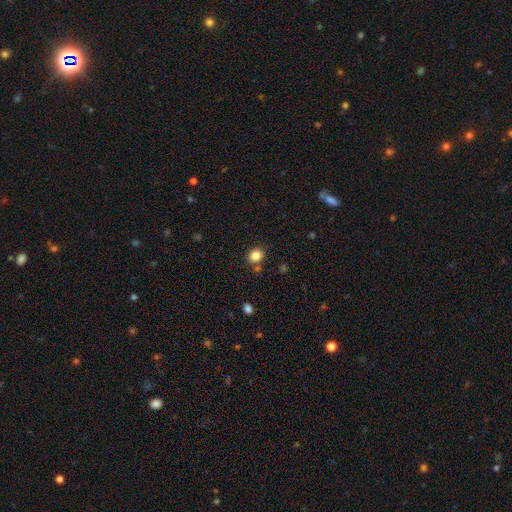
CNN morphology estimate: A smooth galaxy with no disk features (84%) that is round (72%).

Vote fractions:
- Smooth or featured? smooth: 84% / star or artifact: 12% / featured or disk: 5%
- How rounded? round: 72% / in between: 27% / cigar-shaped: 1%
- Merging? none: 82% / minor disturbance: 9% / merger: 7% / major disturbance: 3%